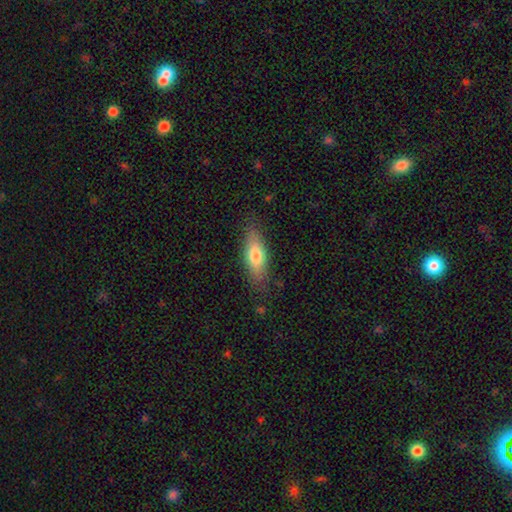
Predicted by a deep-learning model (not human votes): This appears to be a smooth galaxy with no disk features (73%) that is in between round and cigar-shaped (69%). Merging: none (80%).